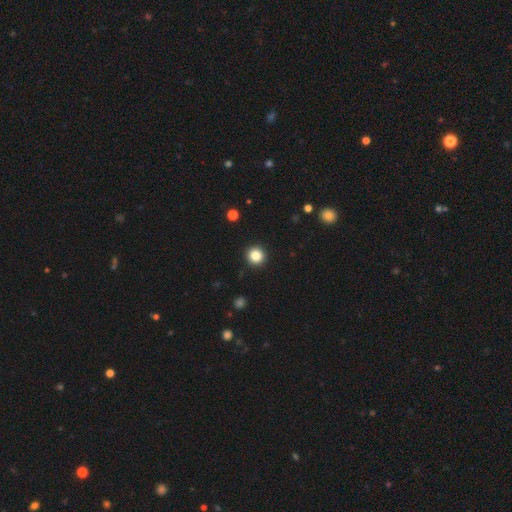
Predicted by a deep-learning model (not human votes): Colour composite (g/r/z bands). It shows a smooth galaxy with no disk features (85%) that is round (95%). Merging: none (93%).